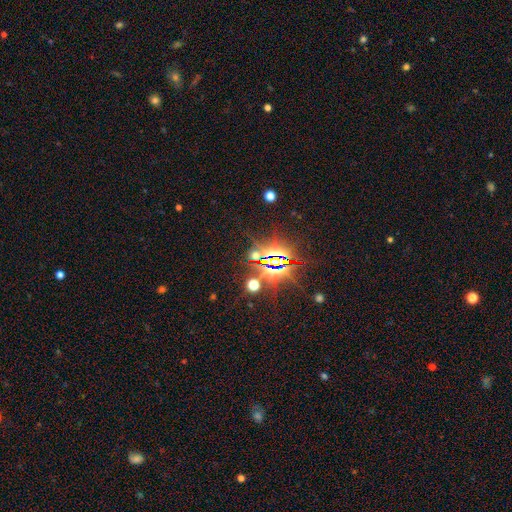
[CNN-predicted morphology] Smooth or featured? star or artifact (80%)